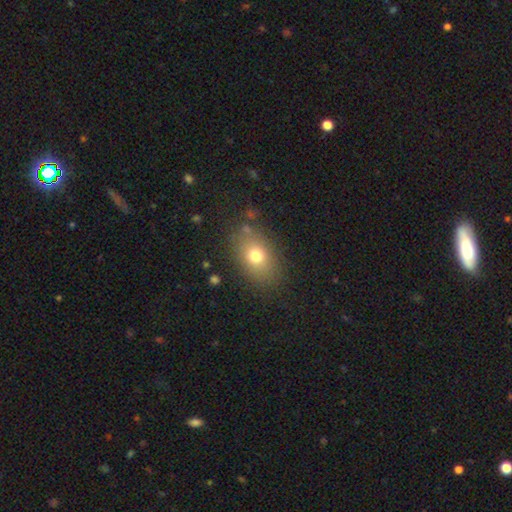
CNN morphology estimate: Overall: smooth (73%). How rounded: in between (75%). Merging: none (81%).